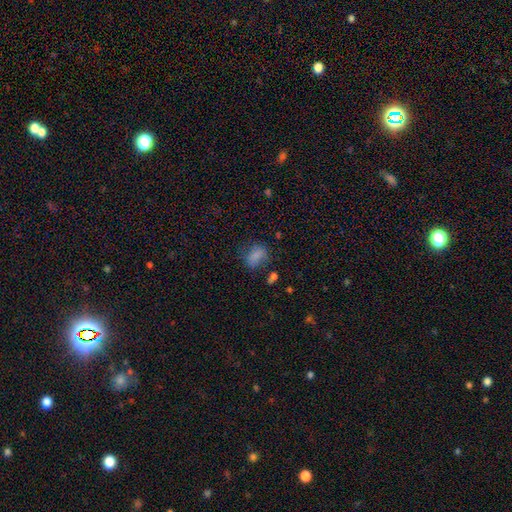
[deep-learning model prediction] This is likely a smooth galaxy (77%). How rounded: likely in between (79%). Merging: possibly none (55%).